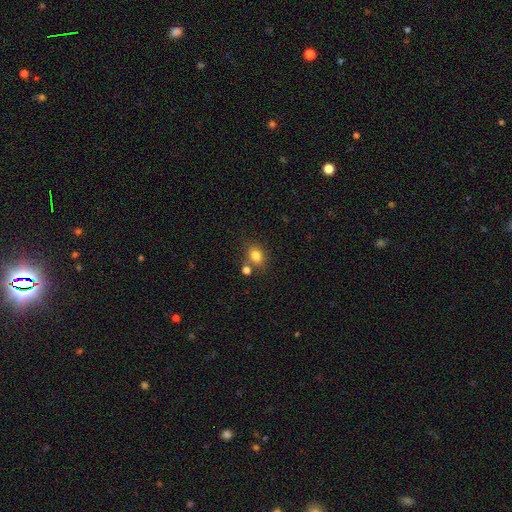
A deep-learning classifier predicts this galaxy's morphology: smooth 81%, star or artifact 11%, featured or disk 7%. Down the decision tree: how rounded — in between (56%); merging — none (67%).